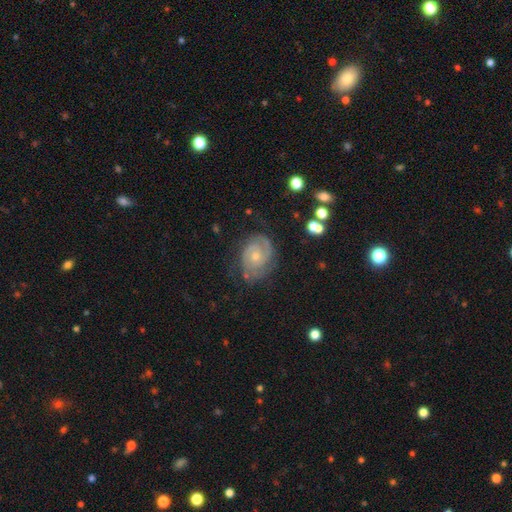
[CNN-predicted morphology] The model was most divided on "bulge size": small: 56%, moderate: 40%, none: 2%, large: 1%, dominant: 1%. More confident: edge-on disk — no (98%); spiral arms — yes (96%); smooth or featured — featured or disk (84%); merging — none (71%); bar — no (70%); spiral arm count — 2 (68%); spiral winding — tight (58%).